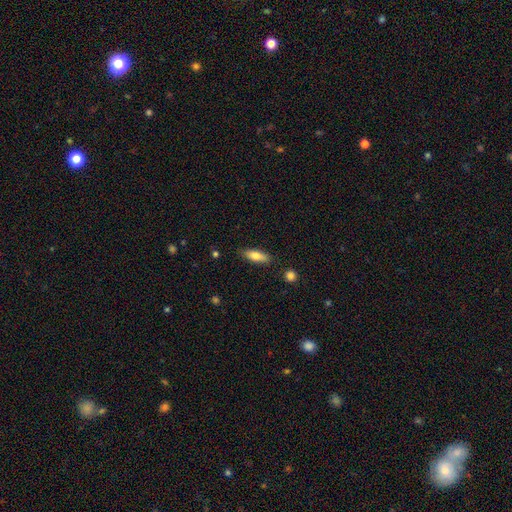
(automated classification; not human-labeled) Q: Smooth or featured?
A: smooth (74%); runner-up: featured or disk (19%)
Q: How rounded?
A: in between (61%); runner-up: cigar-shaped (36%)
Q: Merging?
A: none (86%); runner-up: minor disturbance (10%)